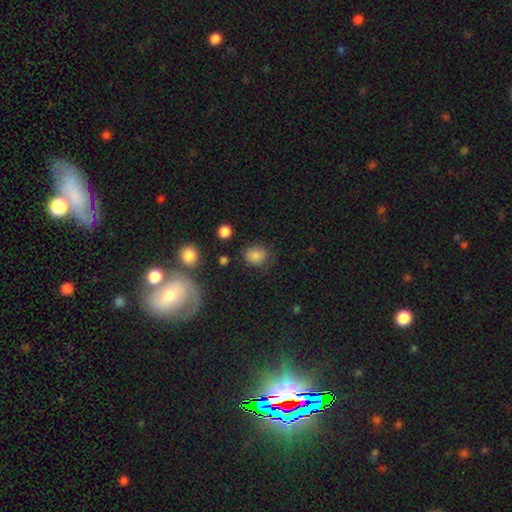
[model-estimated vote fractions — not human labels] A smooth galaxy with no disk features (83%) that is round (73%).

Vote fractions:
- Smooth or featured? smooth: 83% / star or artifact: 12% / featured or disk: 6%
- How rounded? round: 73% / in between: 26% / cigar-shaped: 1%
- Merging? none: 77% / minor disturbance: 15% / major disturbance: 5% / merger: 3%